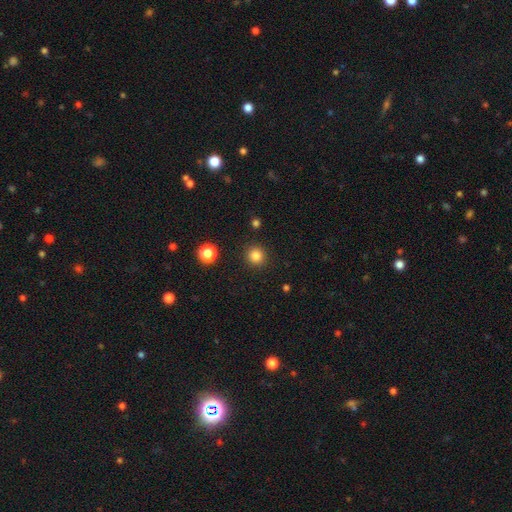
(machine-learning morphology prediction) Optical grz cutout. It shows a smooth galaxy with no disk features (84%) that is round (93%). Merging: none (91%).